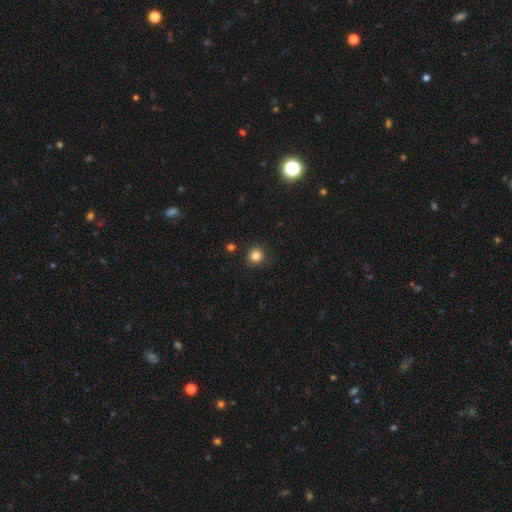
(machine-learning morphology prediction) The model was most divided on "smooth or featured": smooth: 83%, star or artifact: 12%, featured or disk: 5%. More confident: how rounded — round (91%); merging — none (90%).